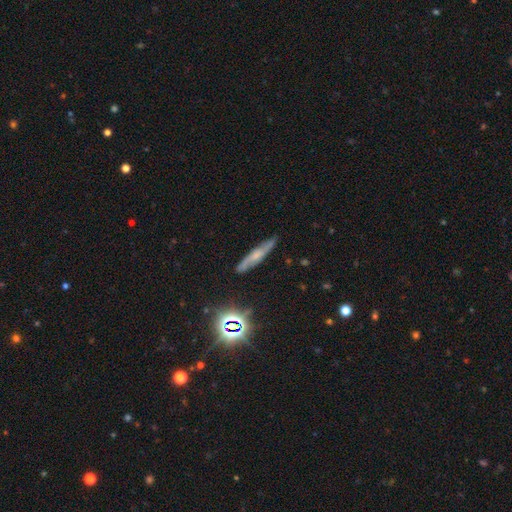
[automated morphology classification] The model was most divided on "smooth or featured": featured or disk: 52%, smooth: 32%, star or artifact: 15%. More confident: merging — none (80%); edge-on disk — yes (62%).